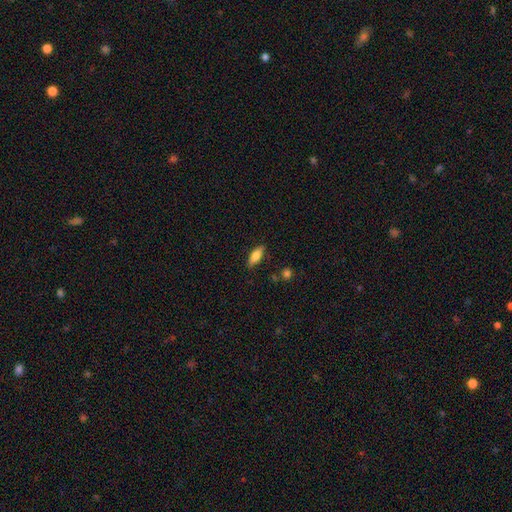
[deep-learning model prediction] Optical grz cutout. It shows a smooth galaxy with no disk features (74%) that is in between round and cigar-shaped (70%). Merging: none (85%).